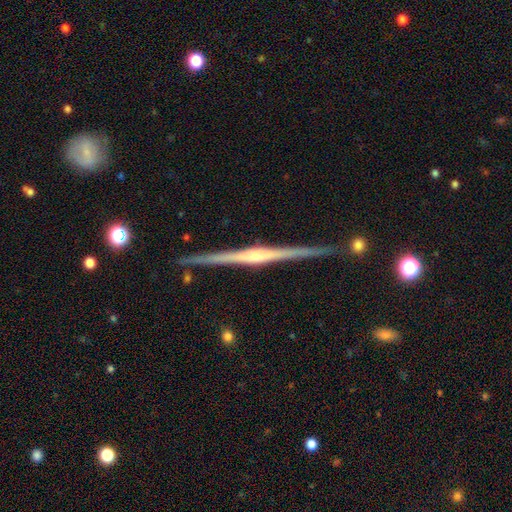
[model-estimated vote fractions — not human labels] featured or disk 85%, smooth 9%, star or artifact 5%. Down the decision tree: edge-on disk — yes (99%); edge-on bulge — rounded (71%); merging — none (88%).